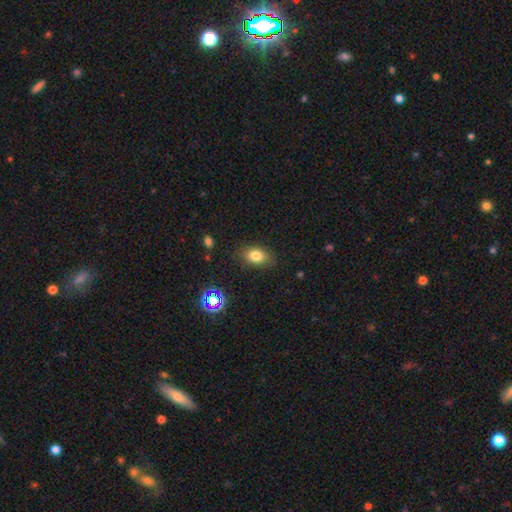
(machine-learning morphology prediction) Overall: smooth (79%). How rounded: in between (80%). Merging: none (83%).